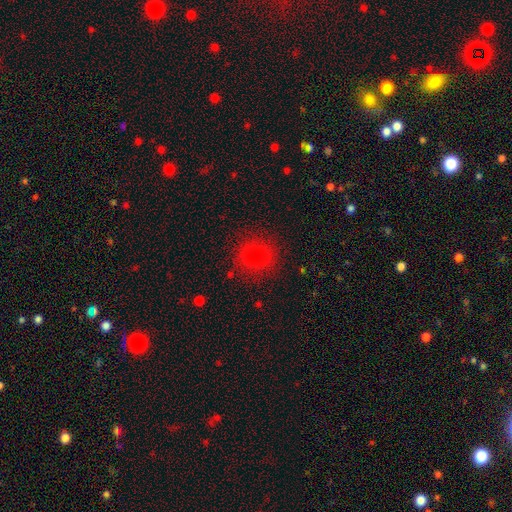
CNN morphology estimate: This appears to be a smooth galaxy with no disk features (78%) that is round (66%). Merging: none (82%).